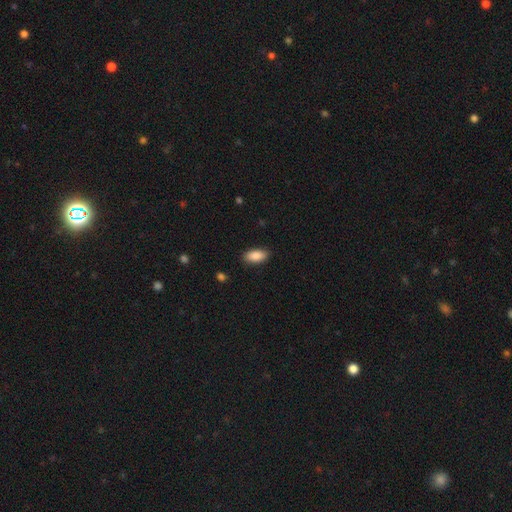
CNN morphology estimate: type=smooth (89%); roundness=in between (91%); merging=none (87%).